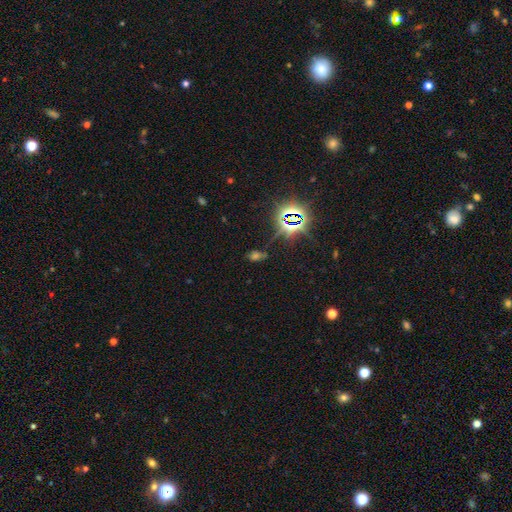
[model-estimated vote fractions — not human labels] This is likely a star or artifact rather than a galaxy (63%).